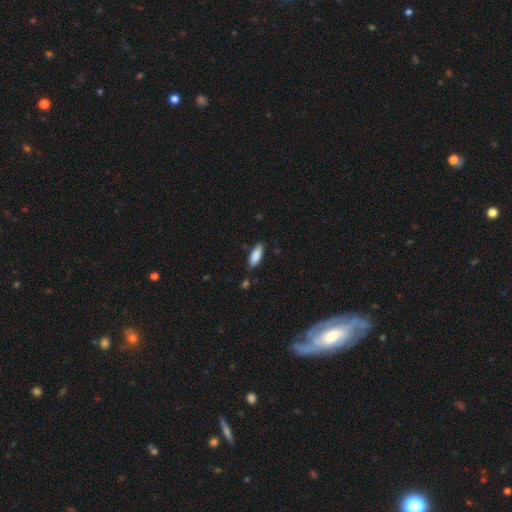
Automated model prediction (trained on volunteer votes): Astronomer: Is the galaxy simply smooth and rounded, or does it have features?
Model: smooth — 88%.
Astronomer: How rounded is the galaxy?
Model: in between — 76%.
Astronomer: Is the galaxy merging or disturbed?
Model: none — 80%.